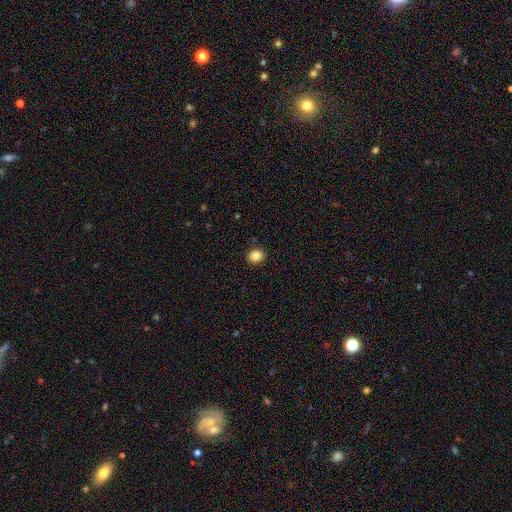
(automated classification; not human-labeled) smooth_or_featured: smooth (p=0.86) [alt: star or artifact p=0.10]
how_rounded: round (p=0.78) [alt: in between p=0.22]
merging: none (p=0.91) [alt: minor disturbance p=0.06]